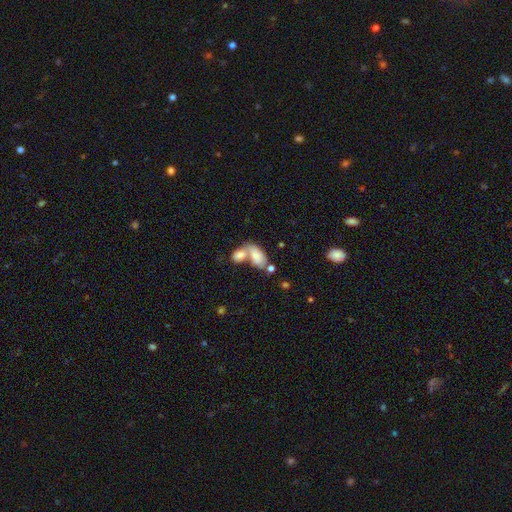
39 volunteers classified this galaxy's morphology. Volunteers were most divided on "smooth or featured": smooth: 72%, featured or disk: 23%, star or artifact: 5%. More confident: how rounded — in between (96%); merging — merger (73%).